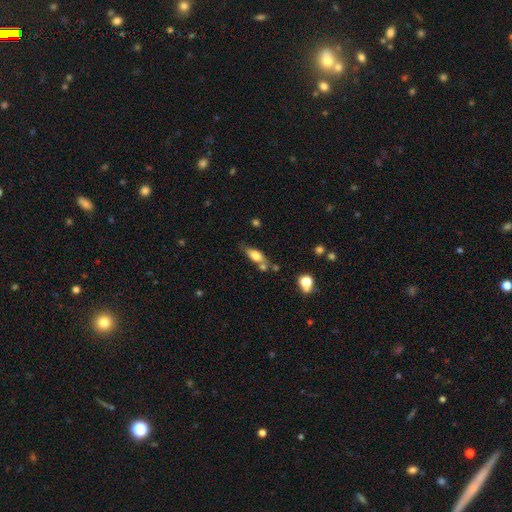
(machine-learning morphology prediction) smooth_or_featured: smooth (p=0.70) [alt: featured or disk p=0.22]
how_rounded: in between (p=0.73) [alt: cigar-shaped p=0.23]
merging: none (p=0.55) [alt: minor disturbance p=0.20]